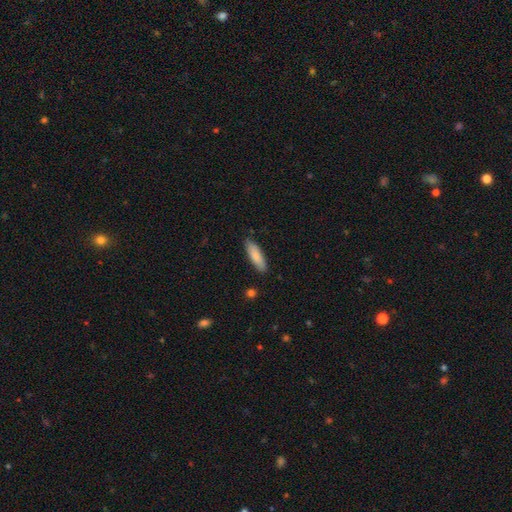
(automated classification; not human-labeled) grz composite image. It shows a smooth galaxy with no disk features (83%) that is cigar-shaped (56%). Merging: none (86%).